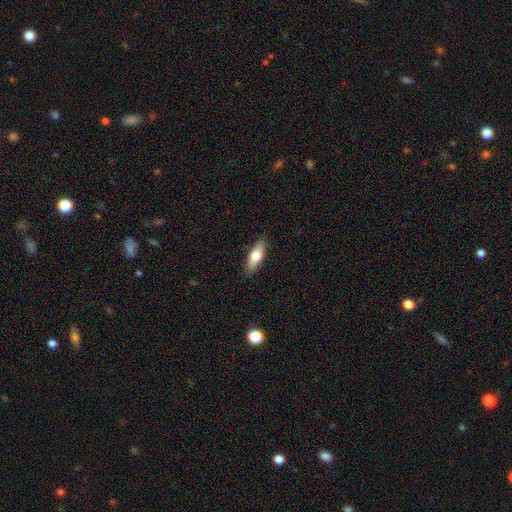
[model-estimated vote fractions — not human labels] This appears to be a smooth galaxy with no disk features (66%) that is in between round and cigar-shaped (61%). Merging: none (88%).